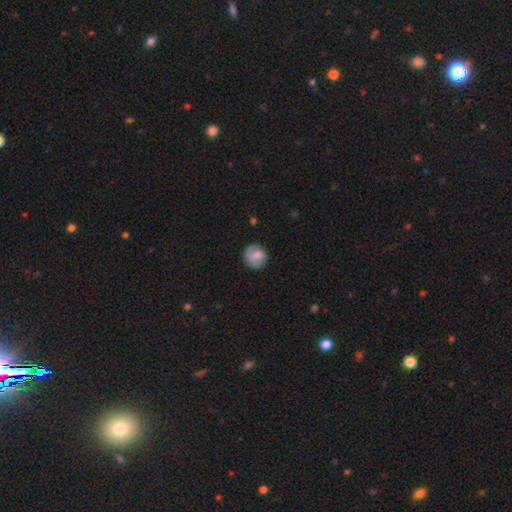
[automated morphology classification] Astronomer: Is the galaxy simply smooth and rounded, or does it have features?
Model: smooth — 74%.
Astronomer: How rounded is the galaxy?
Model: round — 85%.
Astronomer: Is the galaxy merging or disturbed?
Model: none — 74%.